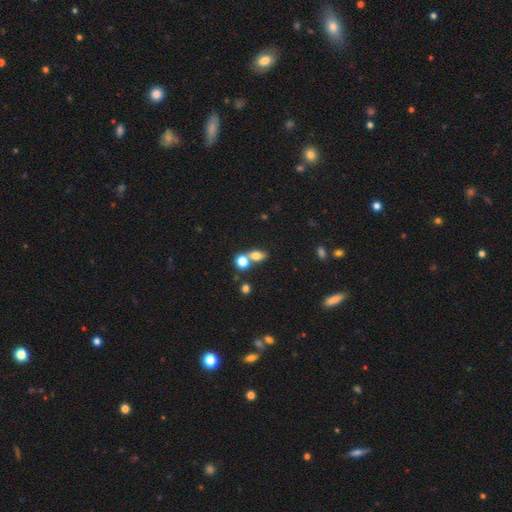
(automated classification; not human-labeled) smooth 75%, featured or disk 14%, star or artifact 12%. Down the decision tree: how rounded — in between (67%); merging — merger (53%).